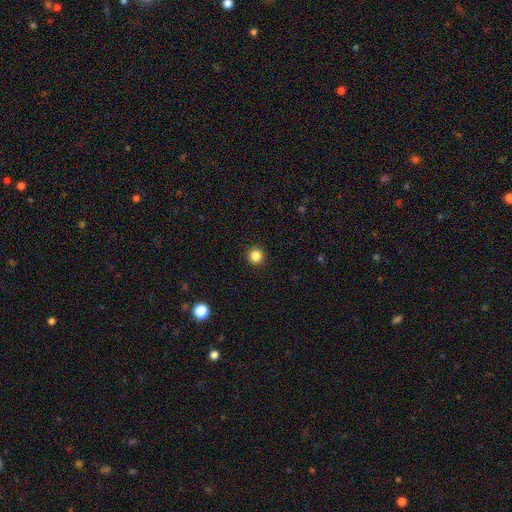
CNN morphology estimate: A smooth galaxy with no disk features (86%) that is round (95%).

Vote fractions:
- Smooth or featured? smooth: 86% / star or artifact: 11% / featured or disk: 3%
- How rounded? round: 95% / in between: 4% / cigar-shaped: 1%
- Merging? none: 93% / minor disturbance: 4% / major disturbance: 2% / merger: 1%